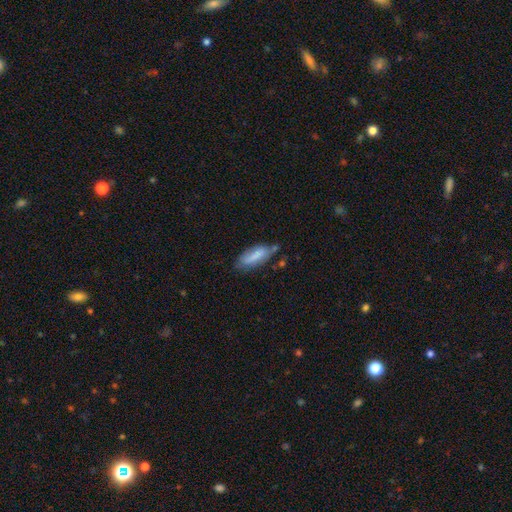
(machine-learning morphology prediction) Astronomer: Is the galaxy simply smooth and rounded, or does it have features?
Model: smooth — 75%.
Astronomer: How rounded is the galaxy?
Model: in between — 63%.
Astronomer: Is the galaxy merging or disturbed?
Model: none — 53% (runner-up: minor disturbance, 31%).